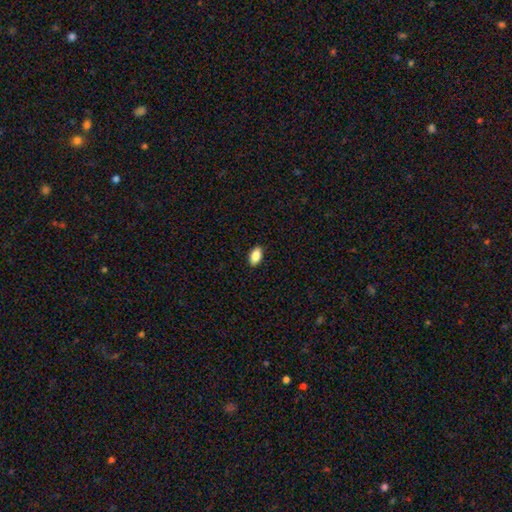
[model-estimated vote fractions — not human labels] Smooth or featured: smooth — 85% (star or artifact — 8%)
How rounded: in between — 91% (round — 5%)
Merging: none — 89% (minor disturbance — 8%)